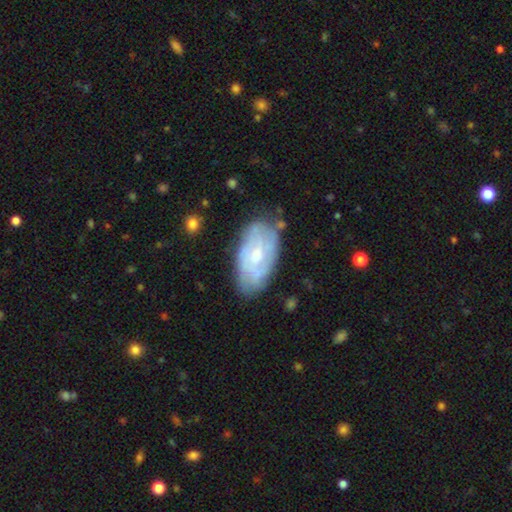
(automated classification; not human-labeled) smooth_or_featured: featured or disk (p=0.63) [alt: smooth p=0.31]
disk_edge_on: no (p=0.94) [alt: yes p=0.06]
bar: no (p=0.63) [alt: weak p=0.32]
has_spiral_arms: yes (p=0.61) [alt: no p=0.39]
bulge_size: moderate (p=0.53) [alt: small p=0.39]
merging: none (p=0.66) [alt: minor disturbance p=0.24]